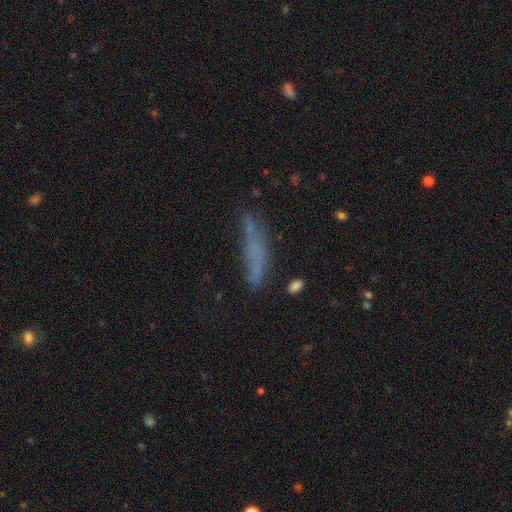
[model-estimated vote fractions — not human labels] The model was most divided on "smooth or featured": smooth: 62%, featured or disk: 25%, star or artifact: 13%. More confident: how rounded — cigar-shaped (83%); merging — none (62%).